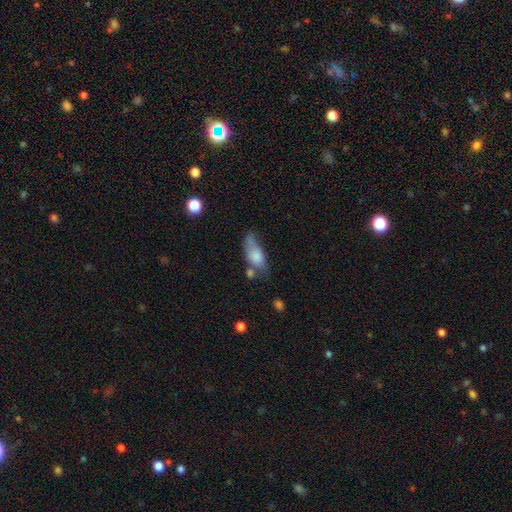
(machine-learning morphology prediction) Smooth or featured? smooth (74%)
How rounded? in between (80%)
Merging? minor disturbance (31%)